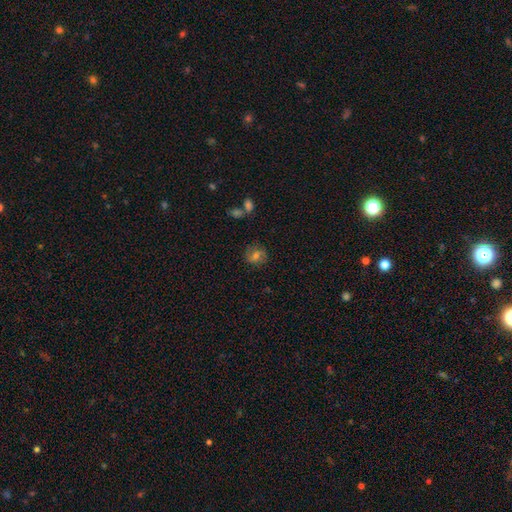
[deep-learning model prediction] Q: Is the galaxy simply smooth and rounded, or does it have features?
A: smooth — 57%.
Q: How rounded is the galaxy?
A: round — 73%.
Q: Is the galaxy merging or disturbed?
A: none — 79%.